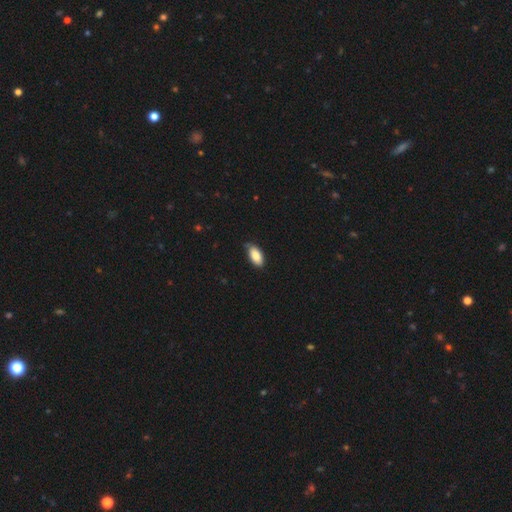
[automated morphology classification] Smooth or featured? Predicted: smooth (p=0.84). How rounded? Predicted: in between (p=0.93). Merging? Predicted: none (p=0.75).